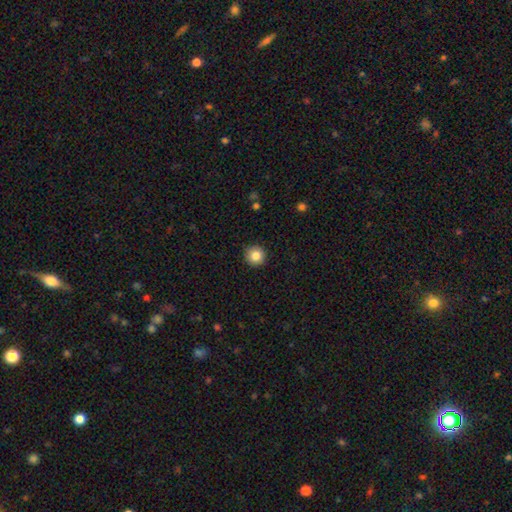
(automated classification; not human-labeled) smooth_or_featured: smooth (p=0.84) [alt: star or artifact p=0.09]
how_rounded: round (p=0.95) [alt: in between p=0.04]
merging: none (p=0.92) [alt: minor disturbance p=0.06]